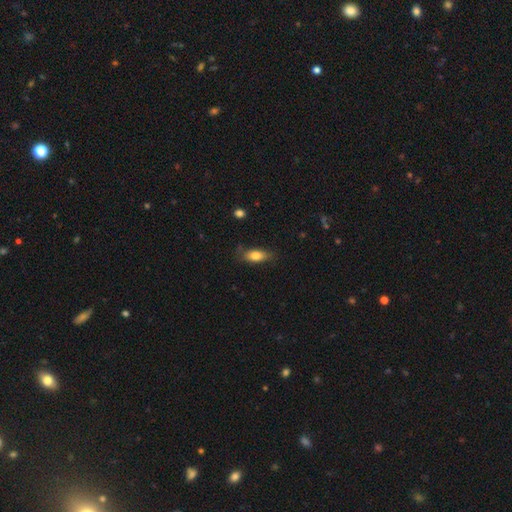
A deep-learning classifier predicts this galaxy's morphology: smooth_or_featured: smooth (p=0.78) [alt: featured or disk p=0.15]
how_rounded: in between (p=0.81) [alt: cigar-shaped p=0.16]
merging: none (p=0.74) [alt: minor disturbance p=0.19]